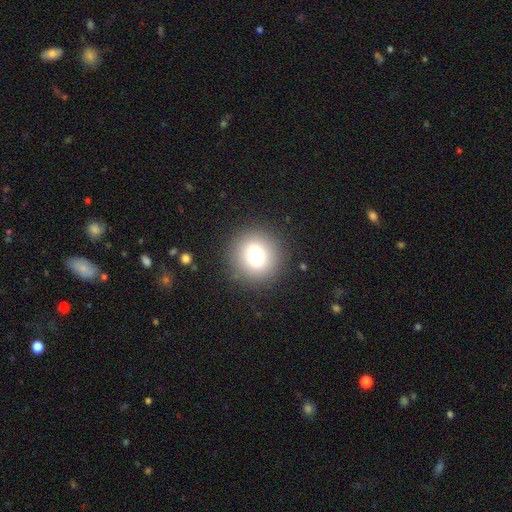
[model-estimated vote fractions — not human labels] Overall: smooth (75%). How rounded: round (93%). Merging: none (89%).